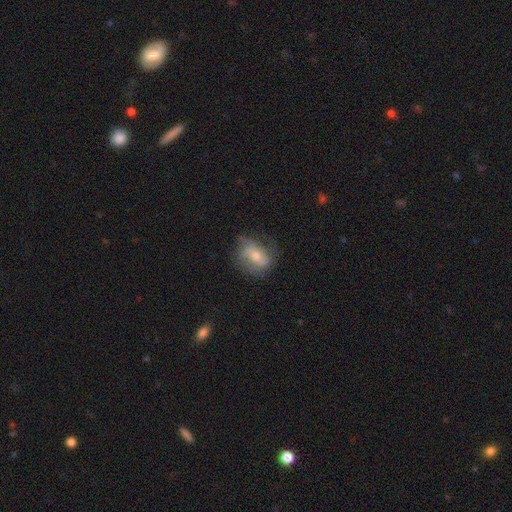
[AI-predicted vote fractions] Smooth or featured: featured or disk — 62% (smooth — 30%)
Edge-on disk: no — 95% (yes — 5%)
Bar: no — 41% (weak — 40%)
Spiral arms: yes — 81% (no — 19%)
Bulge size: moderate — 58% (small — 34%)
Merging: none — 60% (minor disturbance — 24%)